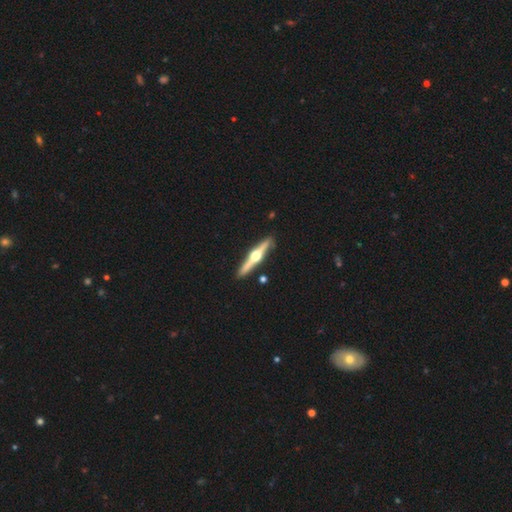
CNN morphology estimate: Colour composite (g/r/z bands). It shows a featured or disk galaxy (78%) viewed edge-on (98%) with a rounded central bulge (97%). Merging: none (91%).